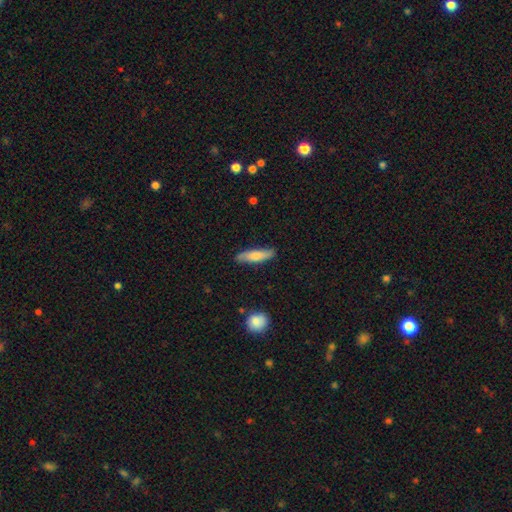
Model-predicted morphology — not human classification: Smooth or featured: smooth — 69% (featured or disk — 26%)
How rounded: cigar-shaped — 71% (in between — 27%)
Merging: none — 84% (minor disturbance — 13%)